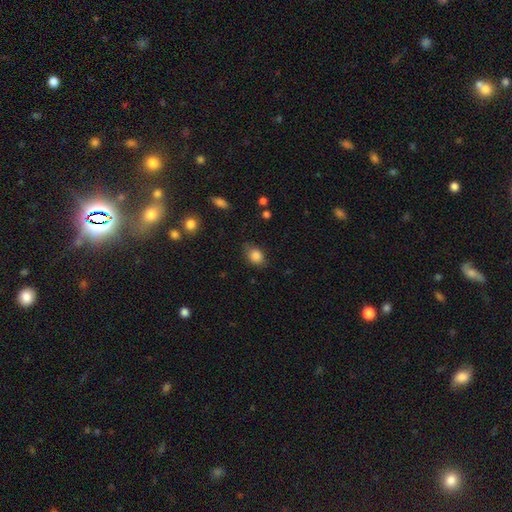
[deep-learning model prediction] Smooth or featured: smooth — 86% (star or artifact — 9%)
How rounded: in between — 59% (round — 39%)
Merging: none — 69% (minor disturbance — 24%)